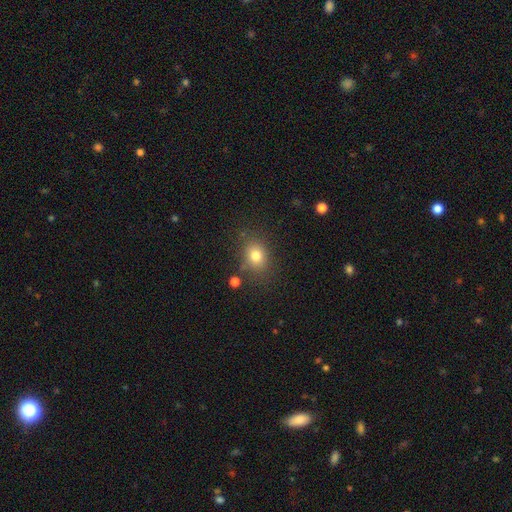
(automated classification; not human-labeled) smooth_or_featured: smooth (p=0.78) [alt: star or artifact p=0.13]
how_rounded: round (p=0.51) [alt: in between p=0.48]
merging: none (p=0.76) [alt: minor disturbance p=0.14]